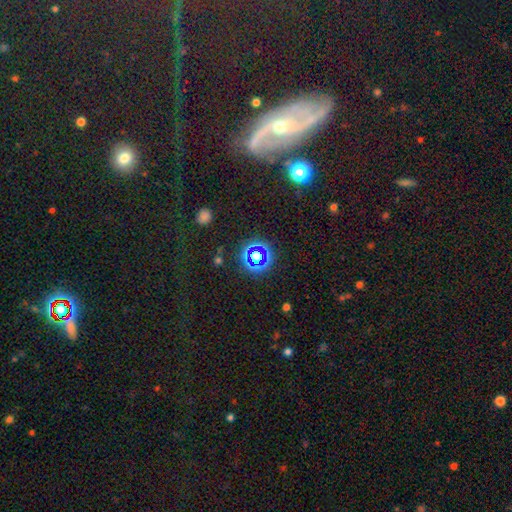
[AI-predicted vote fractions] smooth_or_featured: star or artifact (p=0.66) [alt: smooth p=0.22]